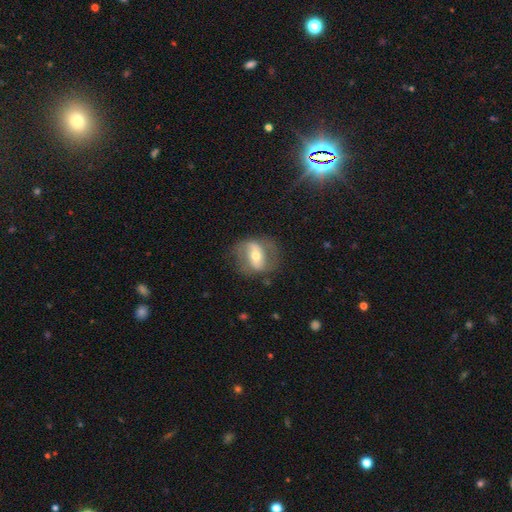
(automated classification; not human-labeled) Smooth or featured?
  - featured or disk: 67% *
  - smooth: 27%
  - star or artifact: 7%
Edge-on disk?
  - no: 91% *
  - yes: 9%
Bar?
  - strong: 50% *
  - weak: 31%
  - no: 19%
Spiral arms?
  - yes: 67% *
  - no: 33%
Bulge size?
  - moderate: 62% *
  - small: 29%
  - large: 6%
  - dominant: 1%
  - none: 1%
Merging?
  - none: 69% *
  - minor disturbance: 18%
  - major disturbance: 11%
  - merger: 2%